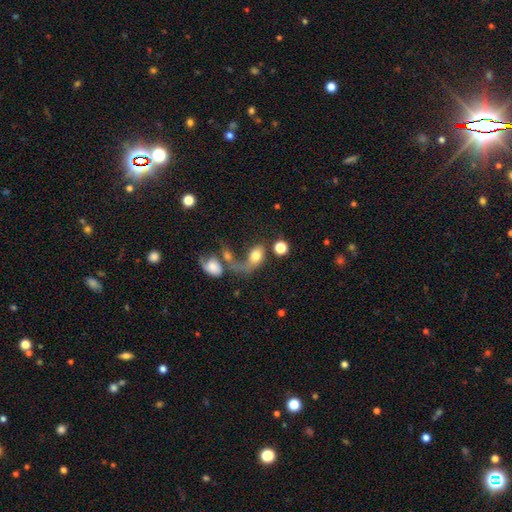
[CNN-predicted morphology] A smooth galaxy with no disk features (64%) that is in between round and cigar-shaped (72%). Merging: merger (44%).